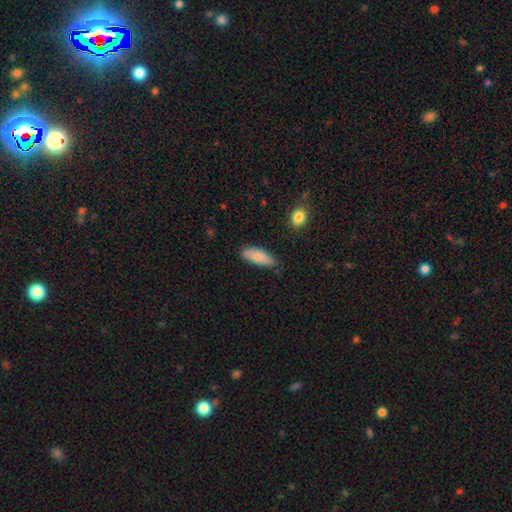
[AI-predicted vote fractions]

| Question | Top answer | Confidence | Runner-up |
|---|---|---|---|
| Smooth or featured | smooth | 83% | featured or disk (11%) |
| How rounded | in between | 73% | cigar-shaped (25%) |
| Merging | none | 76% | minor disturbance (20%) |